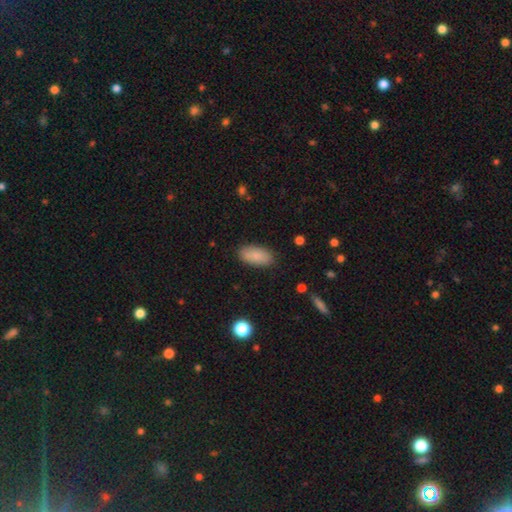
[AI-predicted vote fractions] Smooth or featured?
  - smooth: 86% *
  - featured or disk: 7%
  - star or artifact: 7%
How rounded?
  - in between: 90% *
  - cigar-shaped: 7%
  - round: 2%
Merging?
  - none: 86% *
  - minor disturbance: 10%
  - major disturbance: 2%
  - merger: 1%